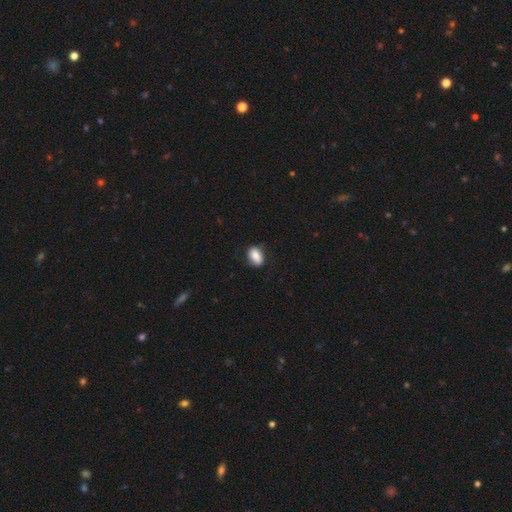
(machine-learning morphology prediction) smooth_or_featured: smooth (p=0.85) [alt: featured or disk p=0.08]
how_rounded: in between (p=0.86) [alt: round p=0.12]
merging: none (p=0.77) [alt: minor disturbance p=0.18]